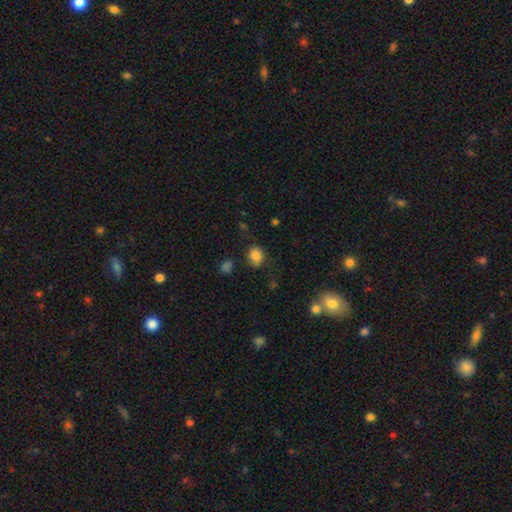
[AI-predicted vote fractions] smooth_or_featured: smooth (p=0.84) [alt: star or artifact p=0.10]
how_rounded: round (p=0.61) [alt: in between p=0.38]
merging: none (p=0.71) [alt: minor disturbance p=0.20]